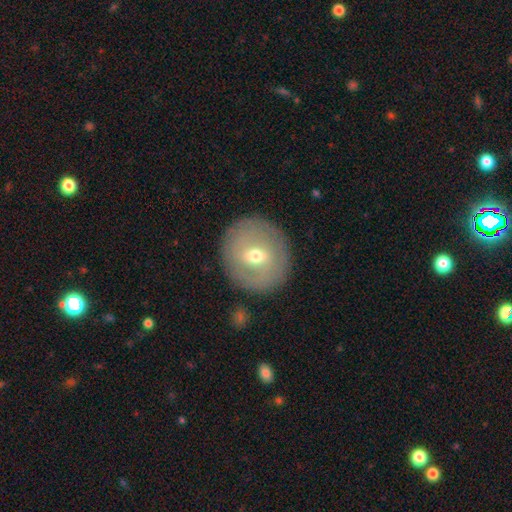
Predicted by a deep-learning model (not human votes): This is possibly a smooth galaxy (46%, tied with featured or disk). Merging: clearly none (86%).